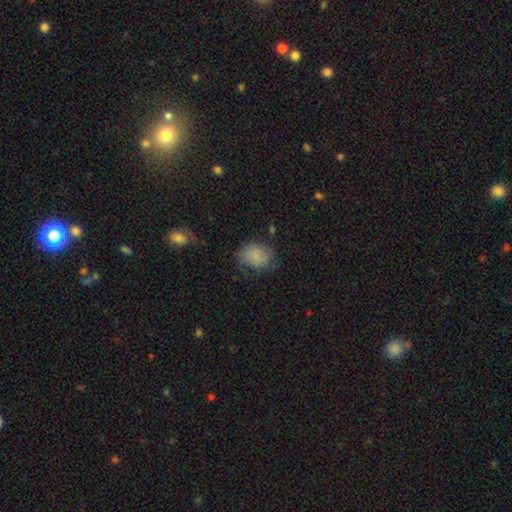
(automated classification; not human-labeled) smooth-or-featured: smooth: 80% | featured or disk: 12% | star or artifact: 9%
  how-rounded: in between: 54% | round: 45% | cigar-shaped: 1%
  merging: none: 64% | minor disturbance: 24% | major disturbance: 9% | merger: 2%